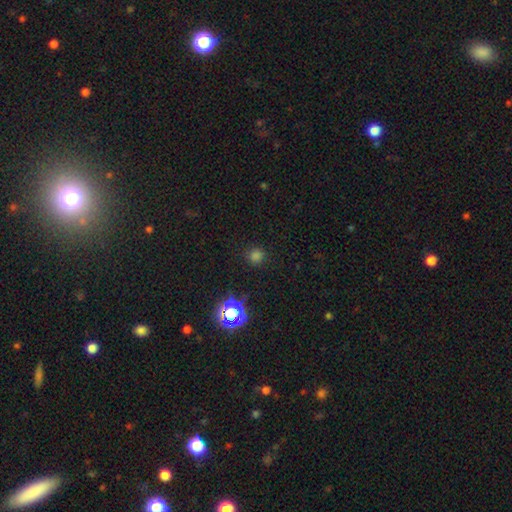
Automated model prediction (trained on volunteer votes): Smooth or featured: smooth — 71% (star or artifact — 24%)
How rounded: round — 92% (in between — 7%)
Merging: none — 87% (minor disturbance — 8%)